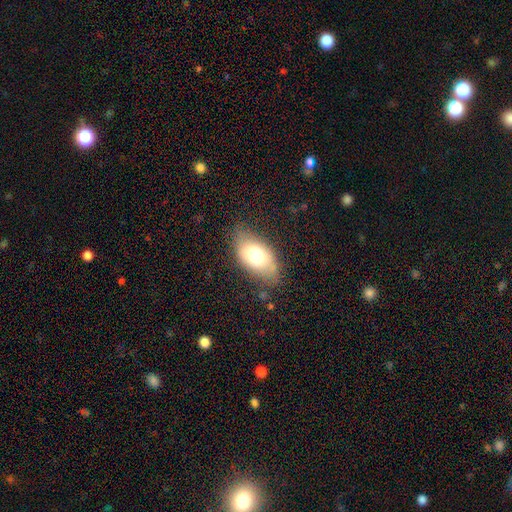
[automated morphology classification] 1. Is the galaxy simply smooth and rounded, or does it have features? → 70% smooth, 22% featured or disk, 8% star or artifact.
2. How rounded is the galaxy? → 91% in between, 6% round, 3% cigar-shaped.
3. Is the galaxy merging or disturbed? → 71% none, 22% minor disturbance, 6% major disturbance, 2% merger.